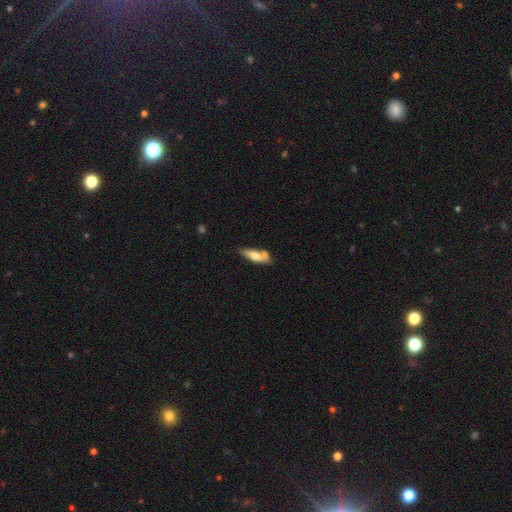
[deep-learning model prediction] A smooth galaxy with no disk features (67%) that is in between round and cigar-shaped (55%).

Vote fractions:
- Smooth or featured? smooth: 67% / featured or disk: 27% / star or artifact: 7%
- How rounded? in between: 55% / cigar-shaped: 43% / round: 2%
- Merging? none: 47% / merger: 24% / minor disturbance: 22% / major disturbance: 7%